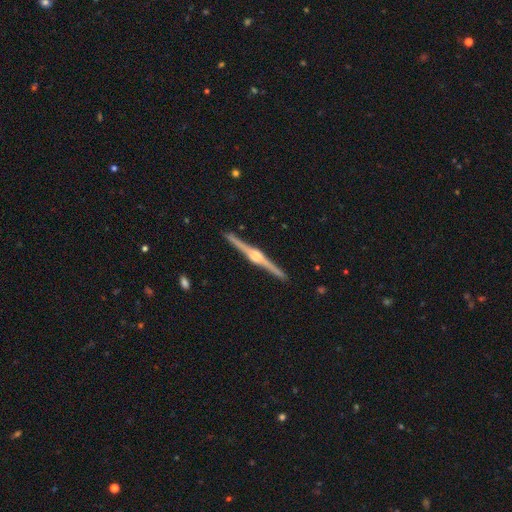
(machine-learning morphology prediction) The model was most divided on "edge-on bulge": rounded: 87%, boxy: 9%, none: 3%. More confident: edge-on disk — yes (99%); merging — none (93%); smooth or featured — featured or disk (90%).